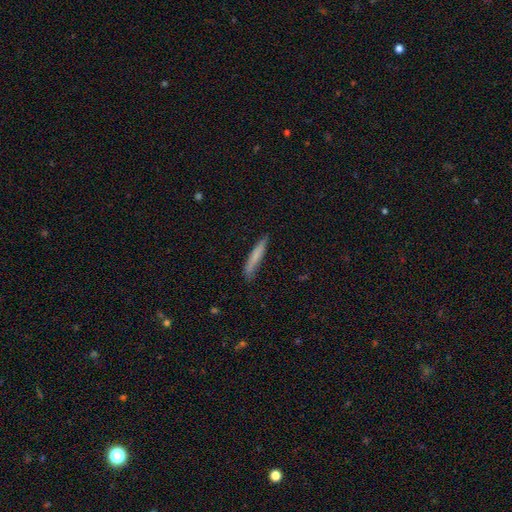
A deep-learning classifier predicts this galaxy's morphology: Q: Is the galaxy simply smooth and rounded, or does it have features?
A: smooth — 70%.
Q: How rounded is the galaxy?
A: cigar-shaped — 95%.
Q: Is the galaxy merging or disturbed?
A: none — 81%.